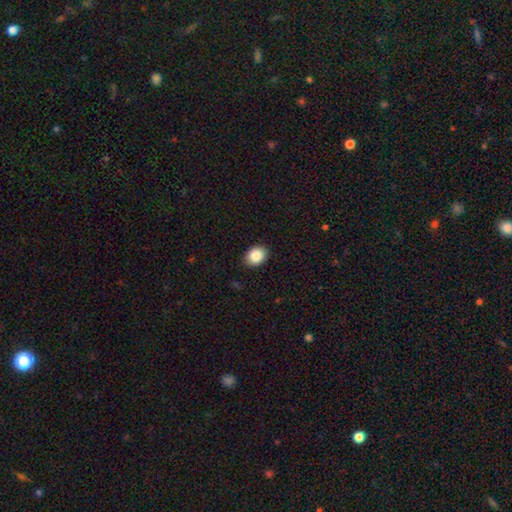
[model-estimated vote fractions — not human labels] Q: Smooth or featured?
A: smooth (87%); runner-up: star or artifact (8%)
Q: How rounded?
A: in between (58%); runner-up: round (41%)
Q: Merging?
A: none (89%); runner-up: minor disturbance (8%)